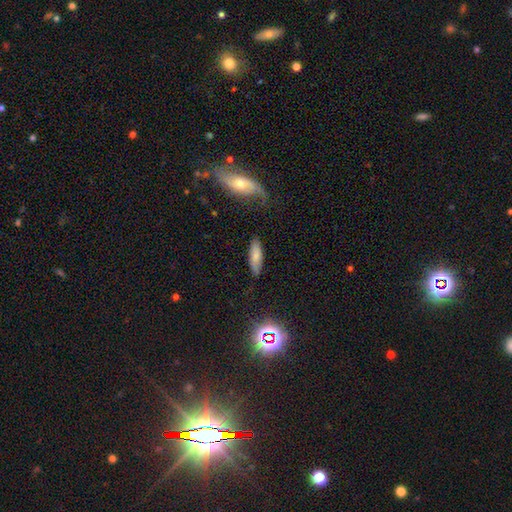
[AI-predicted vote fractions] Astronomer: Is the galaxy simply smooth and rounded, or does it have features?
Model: smooth — 73%.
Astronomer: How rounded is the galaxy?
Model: in between — 50% (runner-up: cigar-shaped, 48%).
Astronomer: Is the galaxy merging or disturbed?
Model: none — 78%.